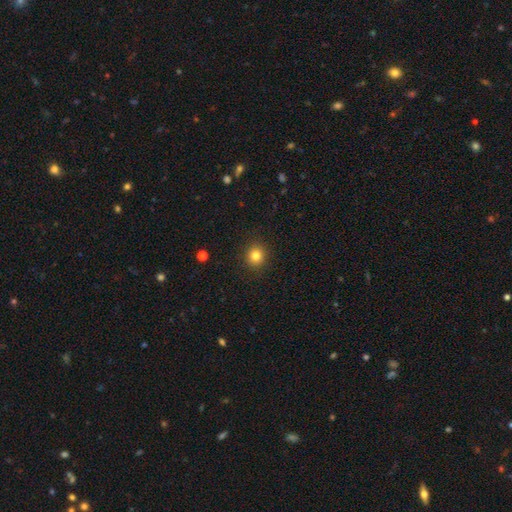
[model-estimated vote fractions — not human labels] smooth_or_featured: smooth (p=0.82) [alt: star or artifact p=0.12]
how_rounded: round (p=0.86) [alt: in between p=0.13]
merging: none (p=0.91) [alt: minor disturbance p=0.06]